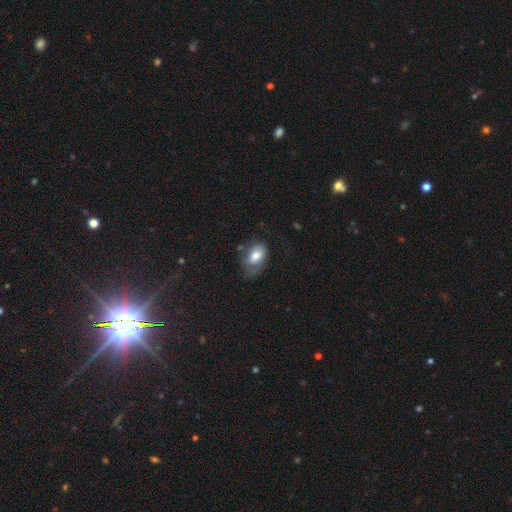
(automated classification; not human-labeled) A smooth galaxy with no disk features (67%) that is in between round and cigar-shaped (88%). Merging: none (42%).